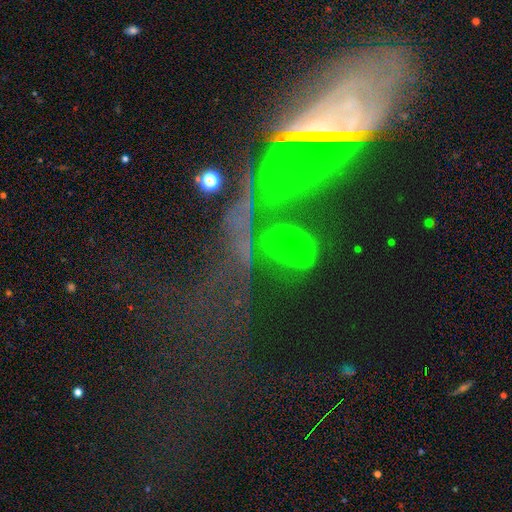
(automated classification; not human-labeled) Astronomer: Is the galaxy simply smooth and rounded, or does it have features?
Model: star or artifact — 58%.